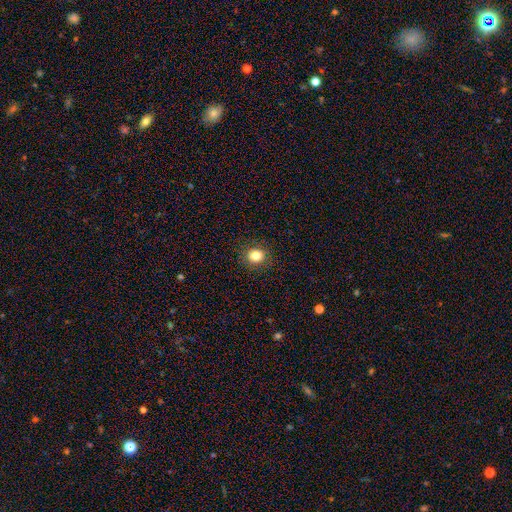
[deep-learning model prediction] A smooth galaxy with no disk features (82%) that is round (79%). Merging: none (90%).